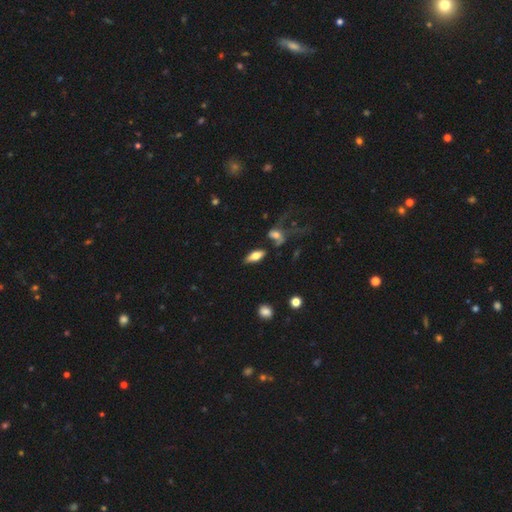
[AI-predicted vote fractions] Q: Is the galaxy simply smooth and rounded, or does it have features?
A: smooth — 62%.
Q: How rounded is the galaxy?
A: in between — 79%.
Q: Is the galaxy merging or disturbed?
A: none — 73%.